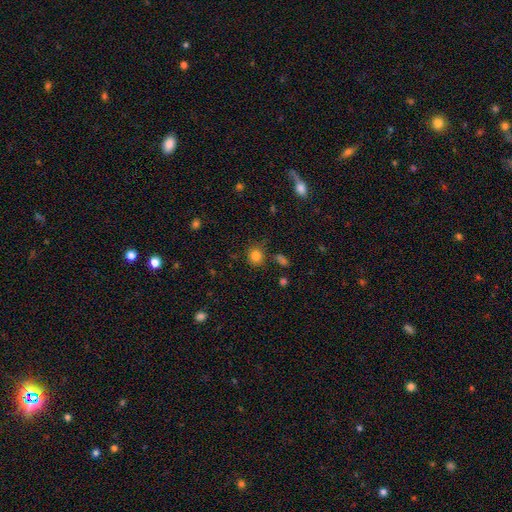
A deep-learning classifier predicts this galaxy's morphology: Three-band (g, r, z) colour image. It shows a smooth galaxy with no disk features (82%) that is round (83%). Merging: none (78%).